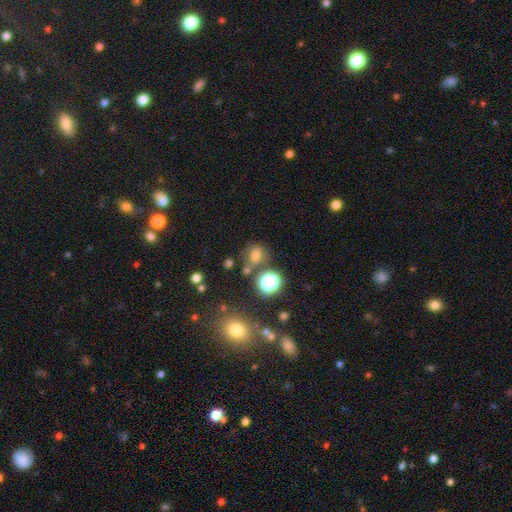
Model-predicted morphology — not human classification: Smooth or featured: smooth — 62% (star or artifact — 26%)
How rounded: round — 56% (in between — 42%)
Merging: none — 64% (minor disturbance — 16%)